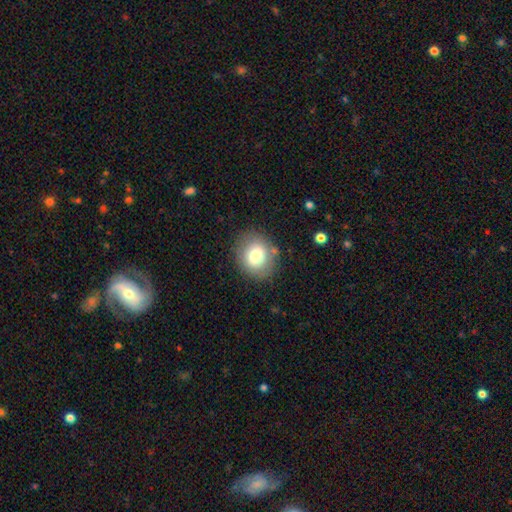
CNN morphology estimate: The model was most divided on "how rounded": round: 72%, in between: 27%, cigar-shaped: 1%. More confident: merging — none (83%); smooth or featured — smooth (75%).